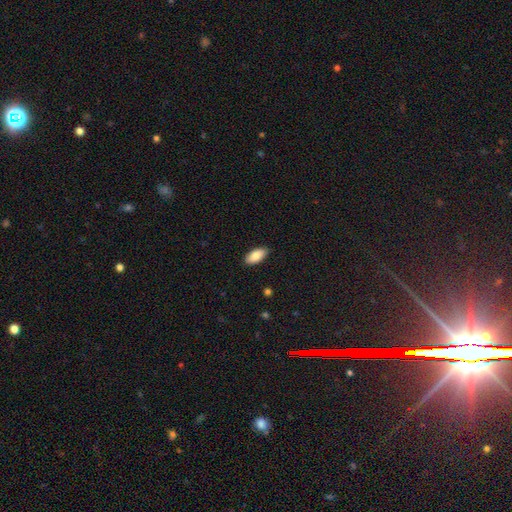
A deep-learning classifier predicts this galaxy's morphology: Q: Smooth or featured?
A: smooth (86%); runner-up: featured or disk (8%)
Q: How rounded?
A: in between (91%); runner-up: cigar-shaped (8%)
Q: Merging?
A: none (88%); runner-up: minor disturbance (9%)